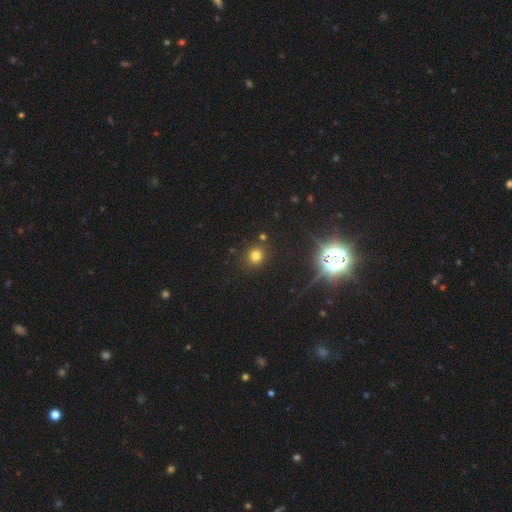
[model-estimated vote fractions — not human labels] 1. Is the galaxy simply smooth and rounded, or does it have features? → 71% smooth, 22% star or artifact, 7% featured or disk.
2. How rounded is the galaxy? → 84% round, 15% in between, 1% cigar-shaped.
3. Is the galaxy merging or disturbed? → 85% none, 8% minor disturbance, 4% merger, 3% major disturbance.